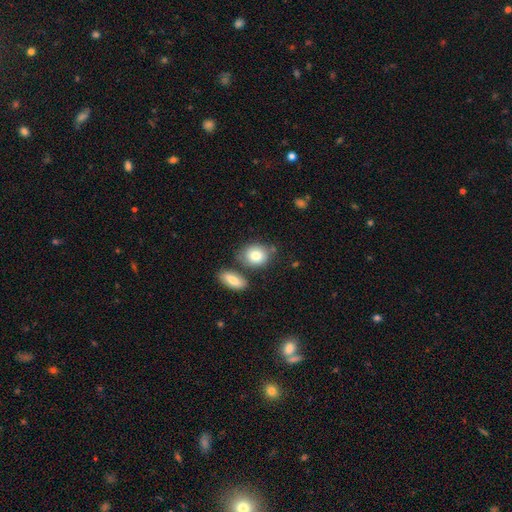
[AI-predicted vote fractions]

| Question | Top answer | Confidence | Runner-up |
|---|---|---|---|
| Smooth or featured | smooth | 82% | featured or disk (11%) |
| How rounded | in between | 51% | round (48%) |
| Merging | none | 60% | merger (22%) |